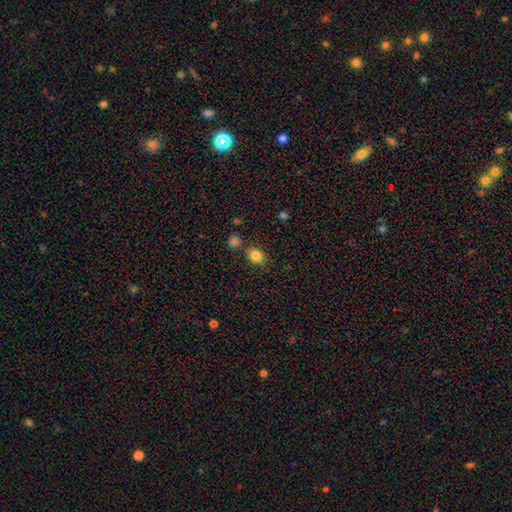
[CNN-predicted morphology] smooth 84%, star or artifact 11%, featured or disk 5%. Down the decision tree: how rounded — round (50%); merging — none (79%).